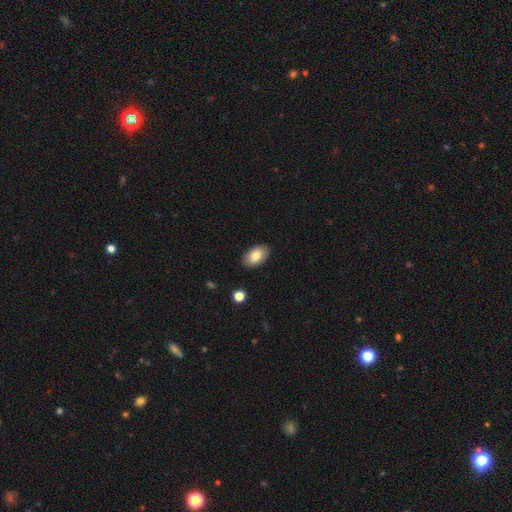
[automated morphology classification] The model was most divided on "smooth or featured": smooth: 80%, featured or disk: 13%, star or artifact: 7%. More confident: how rounded — in between (92%); merging — none (89%).